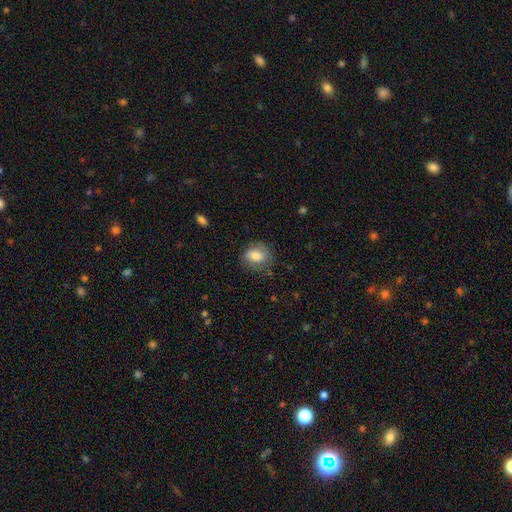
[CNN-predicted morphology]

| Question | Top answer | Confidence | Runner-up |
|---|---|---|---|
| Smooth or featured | smooth | 68% | featured or disk (24%) |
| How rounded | round | 50% | in between (48%) |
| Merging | none | 69% | minor disturbance (21%) |